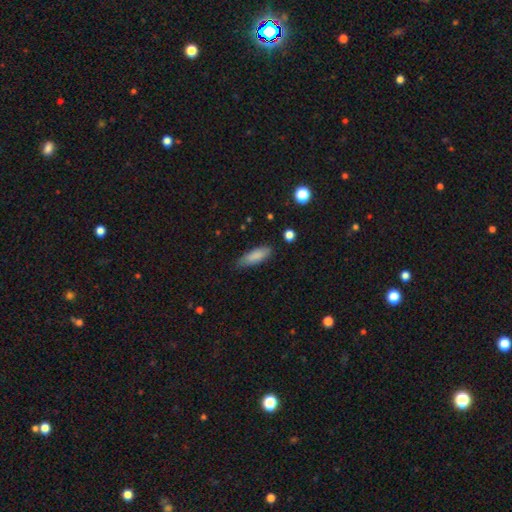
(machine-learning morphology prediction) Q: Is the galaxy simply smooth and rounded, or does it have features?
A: smooth — 85%.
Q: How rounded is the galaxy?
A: in between — 61%.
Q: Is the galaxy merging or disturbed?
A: none — 77%.